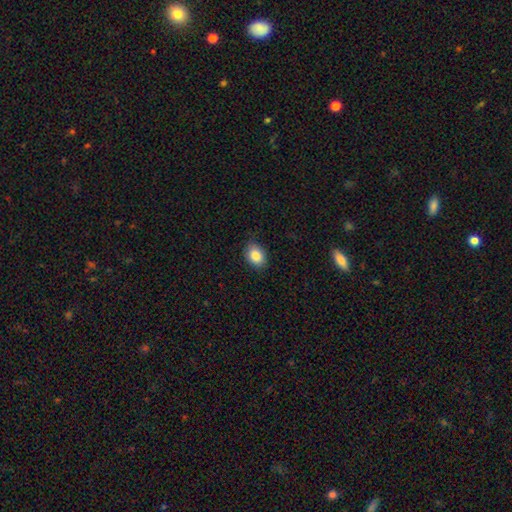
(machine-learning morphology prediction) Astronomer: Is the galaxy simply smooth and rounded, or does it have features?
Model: smooth — 85%.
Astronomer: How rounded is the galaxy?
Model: in between — 72%.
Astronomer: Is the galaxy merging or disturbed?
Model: none — 83%.